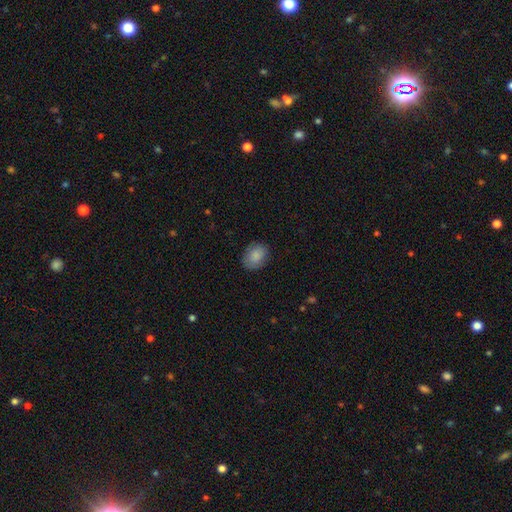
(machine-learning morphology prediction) Smooth or featured: smooth — 85% (featured or disk — 9%)
How rounded: in between — 66% (round — 33%)
Merging: none — 82% (minor disturbance — 13%)